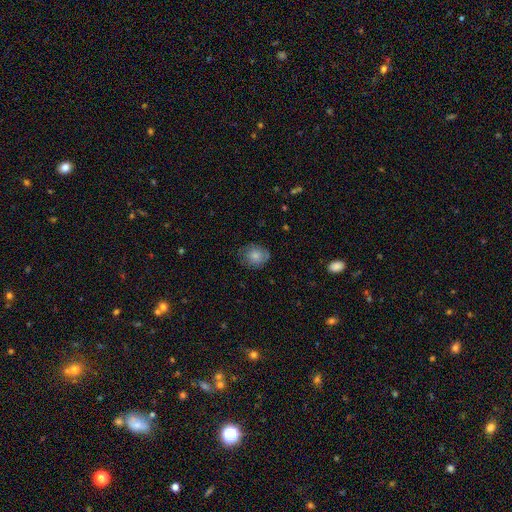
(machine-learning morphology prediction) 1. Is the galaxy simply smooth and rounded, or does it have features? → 70% smooth, 21% featured or disk, 8% star or artifact.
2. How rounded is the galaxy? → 68% round, 31% in between, 1% cigar-shaped.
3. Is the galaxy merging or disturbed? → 69% none, 23% minor disturbance, 7% major disturbance, 1% merger.